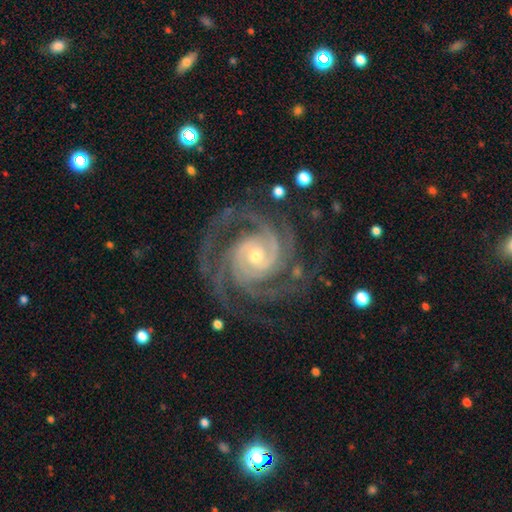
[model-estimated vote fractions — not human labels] This is clearly a featured or disk galaxy (94%). It is clearly not viewed edge-on (98%). Bar: likely no (65%). Spiral arm pattern: clearly yes (99%). Spiral arm count: marginally 3 (35%). Spiral winding: likely tight (72%). Central bulge: possibly small (53%). Merging: likely none (74%).